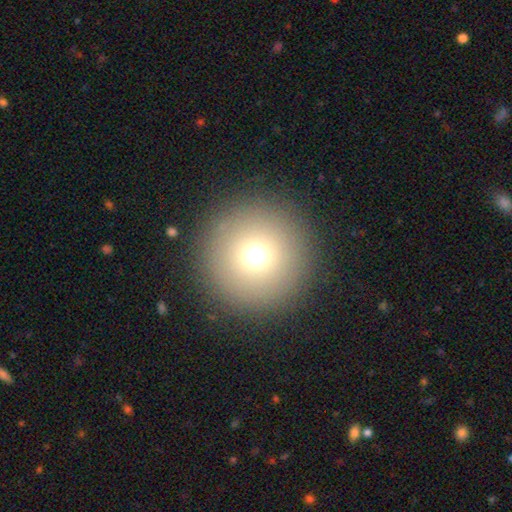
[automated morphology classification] Smooth or featured: smooth — 71% (star or artifact — 18%)
How rounded: round — 97% (in between — 2%)
Merging: none — 91% (minor disturbance — 5%)